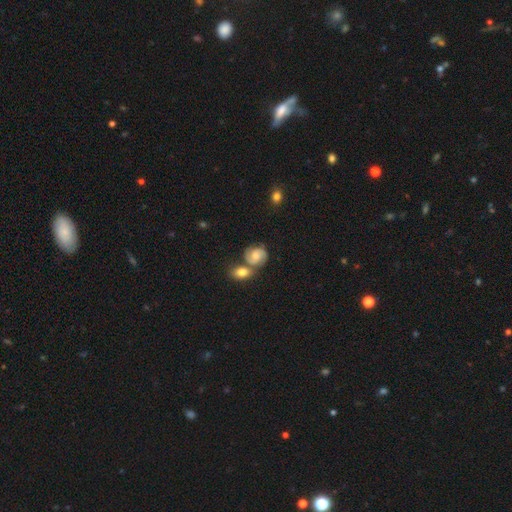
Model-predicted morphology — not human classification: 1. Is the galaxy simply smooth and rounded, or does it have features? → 60% featured or disk, 32% smooth, 8% star or artifact.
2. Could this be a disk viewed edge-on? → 97% no, 3% yes.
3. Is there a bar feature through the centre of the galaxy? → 70% no, 26% weak, 4% strong.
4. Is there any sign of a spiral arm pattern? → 92% yes, 8% no.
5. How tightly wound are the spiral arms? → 49% tight, 41% medium, 10% loose.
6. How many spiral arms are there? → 76% 2, 11% can't tell, 8% 3, 3% 1, 2% 4, 2% more than 4.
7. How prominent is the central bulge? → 54% moderate, 37% small, 5% large, 3% none, 1% dominant.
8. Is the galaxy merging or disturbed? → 52% none, 28% merger, 14% minor disturbance, 5% major disturbance.